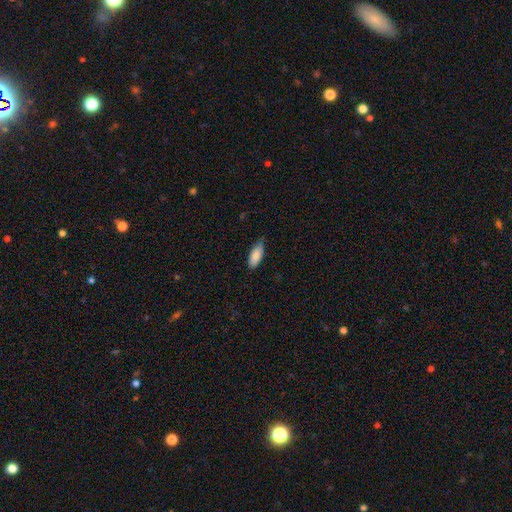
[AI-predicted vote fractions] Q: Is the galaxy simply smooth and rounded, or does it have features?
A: smooth — 85%.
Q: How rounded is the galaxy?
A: in between — 76%.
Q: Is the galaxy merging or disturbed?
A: none — 72%.